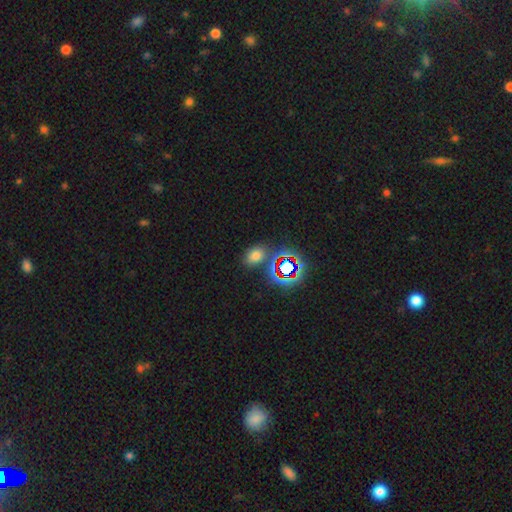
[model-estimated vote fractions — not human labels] Smooth or featured: smooth — 64% (star or artifact — 28%)
How rounded: in between — 74% (round — 24%)
Merging: none — 76% (minor disturbance — 12%)